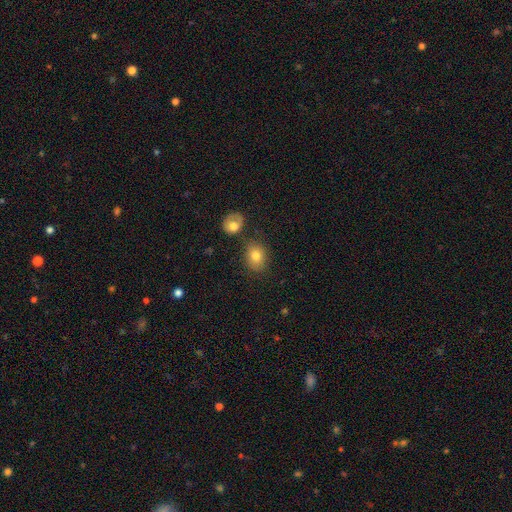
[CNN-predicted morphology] This is likely a smooth galaxy (79%). How rounded: possibly in between (56%). Merging: likely none (72%).